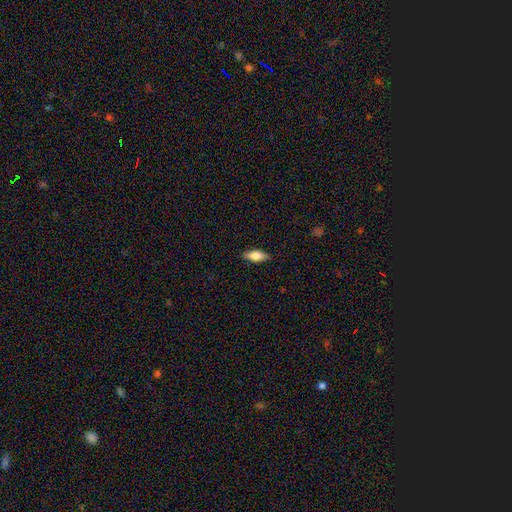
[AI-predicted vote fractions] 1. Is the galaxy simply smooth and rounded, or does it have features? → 72% smooth, 21% featured or disk, 6% star or artifact.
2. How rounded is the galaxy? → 69% in between, 29% cigar-shaped, 2% round.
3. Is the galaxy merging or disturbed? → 87% none, 10% minor disturbance, 2% major disturbance, 1% merger.